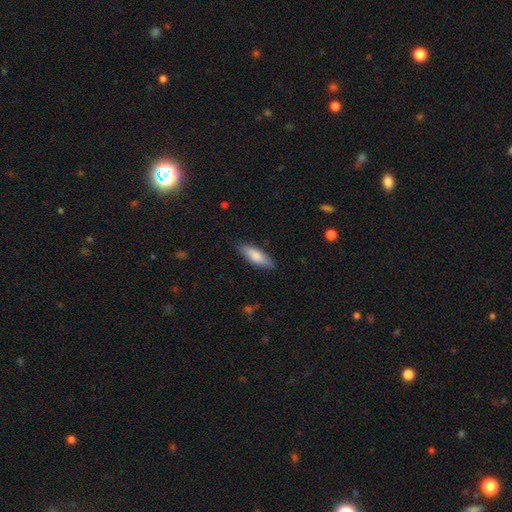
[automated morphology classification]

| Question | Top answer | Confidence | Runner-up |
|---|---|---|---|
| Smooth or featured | smooth | 78% | featured or disk (16%) |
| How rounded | in between | 52% | cigar-shaped (46%) |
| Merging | none | 85% | minor disturbance (12%) |